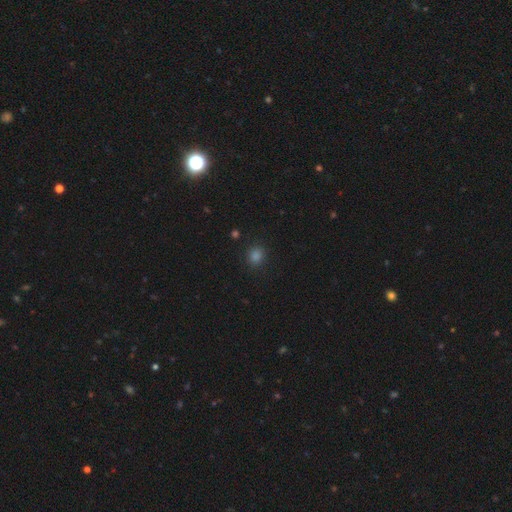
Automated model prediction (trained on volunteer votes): This is likely a smooth galaxy (78%). How rounded: clearly round (81%). Merging: clearly none (90%).